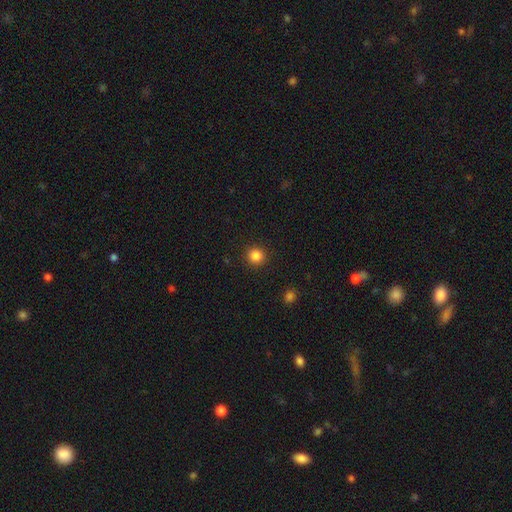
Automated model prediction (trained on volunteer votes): smooth_or_featured: smooth (p=0.85) [alt: star or artifact p=0.12]
how_rounded: round (p=0.94) [alt: in between p=0.05]
merging: none (p=0.92) [alt: minor disturbance p=0.05]